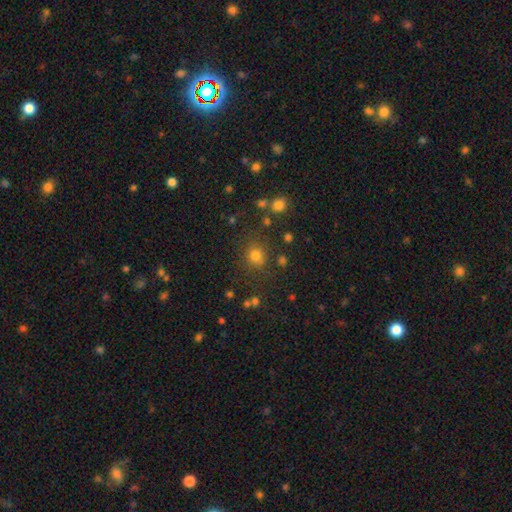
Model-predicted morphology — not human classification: A smooth galaxy with no disk features (76%) that is round (85%).

Vote fractions:
- Smooth or featured? smooth: 76% / star or artifact: 18% / featured or disk: 6%
- How rounded? round: 85% / in between: 14% / cigar-shaped: 1%
- Merging? none: 79% / minor disturbance: 11% / merger: 5% / major disturbance: 5%